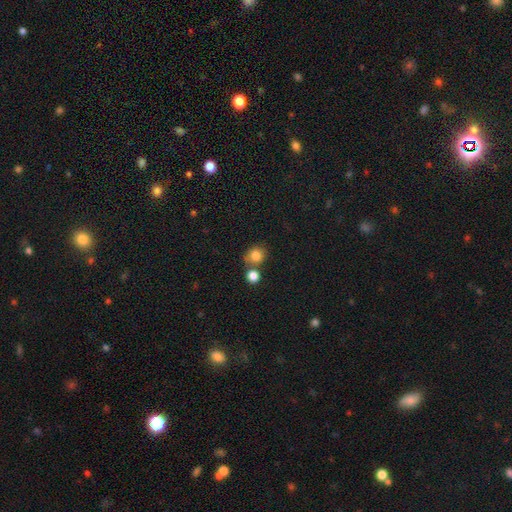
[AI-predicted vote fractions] Q: Smooth or featured?
A: smooth (81%); runner-up: star or artifact (11%)
Q: How rounded?
A: round (78%); runner-up: in between (21%)
Q: Merging?
A: none (64%); runner-up: merger (22%)